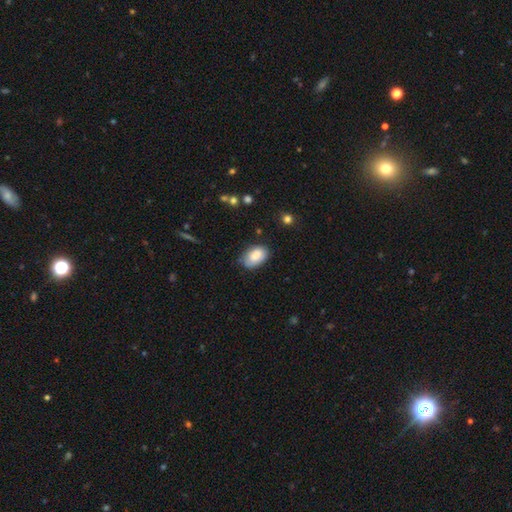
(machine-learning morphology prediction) Smooth or featured? Predicted: smooth (p=0.83). How rounded? Predicted: in between (p=0.91). Merging? Predicted: none (p=0.66).